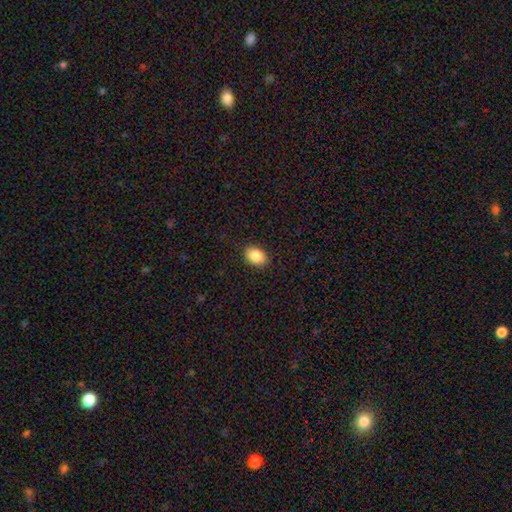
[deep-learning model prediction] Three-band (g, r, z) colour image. It shows a smooth galaxy with no disk features (88%) that is in between round and cigar-shaped (85%). Merging: none (88%).